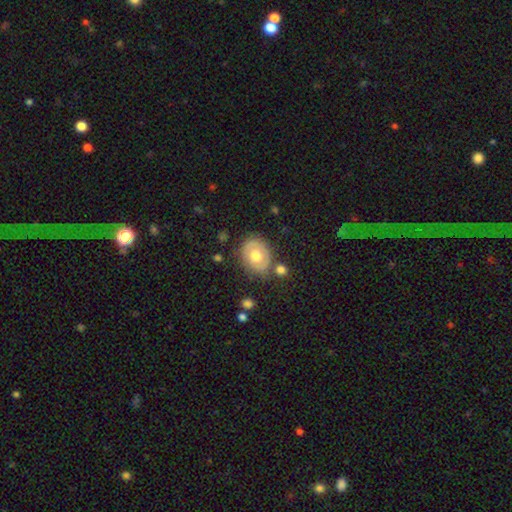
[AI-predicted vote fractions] A smooth galaxy with no disk features (53%) that is round (56%). Merging: none (72%).